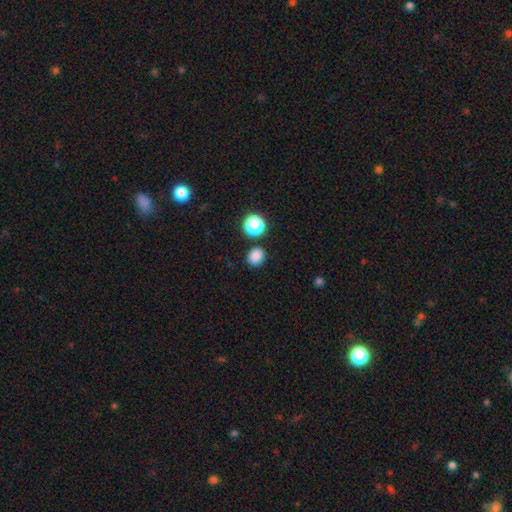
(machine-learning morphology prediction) The model was most divided on "how rounded": round: 74%, in between: 25%, cigar-shaped: 1%. More confident: merging — none (86%); smooth or featured — smooth (83%).